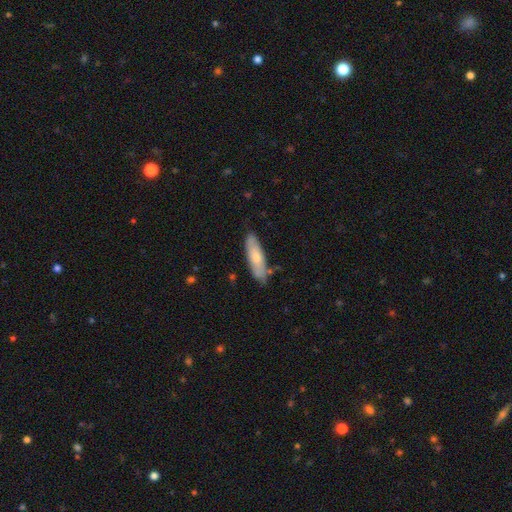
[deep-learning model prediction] Smooth or featured? Predicted: smooth (p=0.62). How rounded? Predicted: cigar-shaped (p=0.54). Merging? Predicted: none (p=0.78).